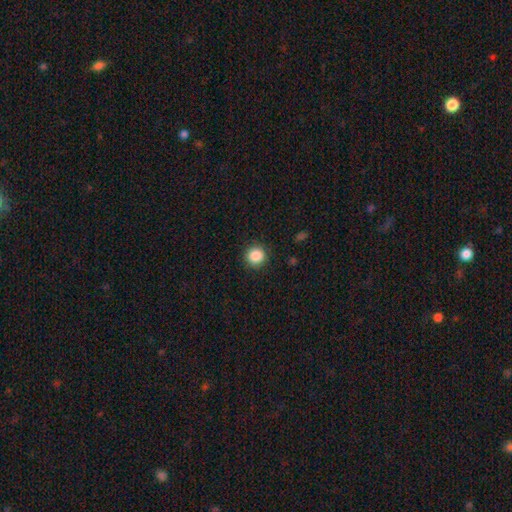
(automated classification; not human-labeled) Morphology: type=smooth (87%); roundness=round (91%); merging=none (90%).